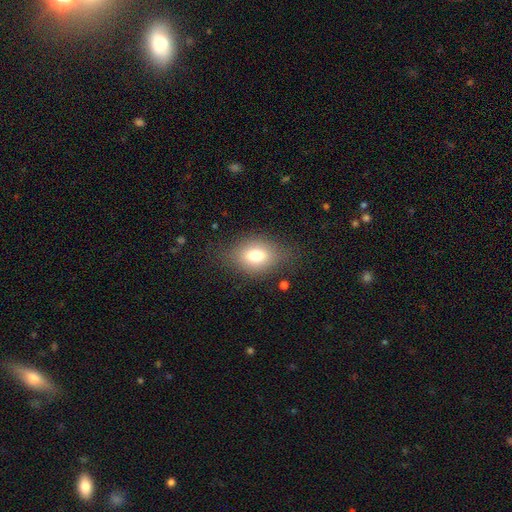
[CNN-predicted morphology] This is likely a smooth galaxy (73%). How rounded: likely in between (69%). Merging: likely none (73%).